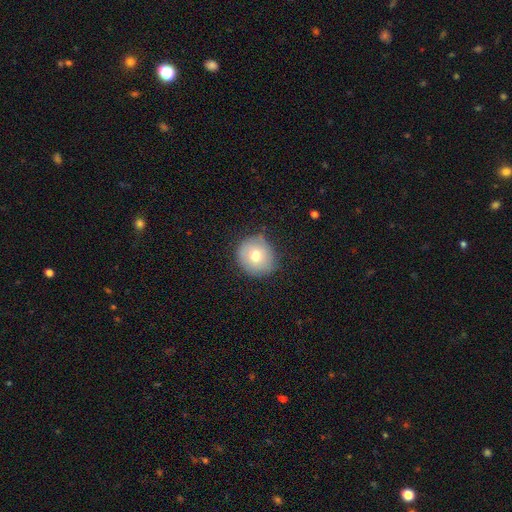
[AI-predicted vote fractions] Smooth or featured? smooth (71%)
How rounded? round (89%)
Merging? none (79%)